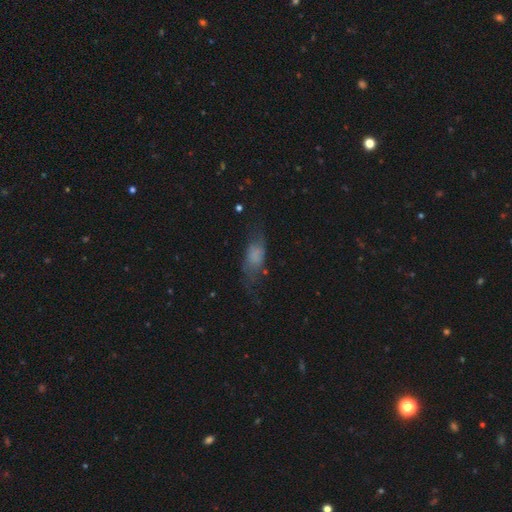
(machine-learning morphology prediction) smooth_or_featured: smooth (p=0.54) [alt: featured or disk p=0.34]
how_rounded: in between (p=0.71) [alt: cigar-shaped p=0.22]
merging: none (p=0.51) [alt: minor disturbance p=0.26]